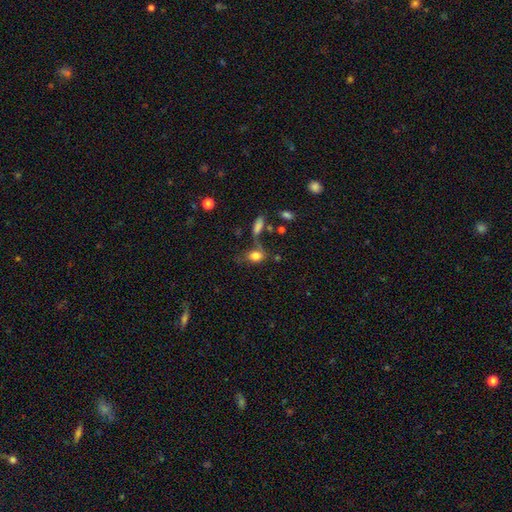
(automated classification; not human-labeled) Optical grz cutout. It shows a smooth galaxy with no disk features (79%) that is in between round and cigar-shaped (73%). Merging: none (46%).